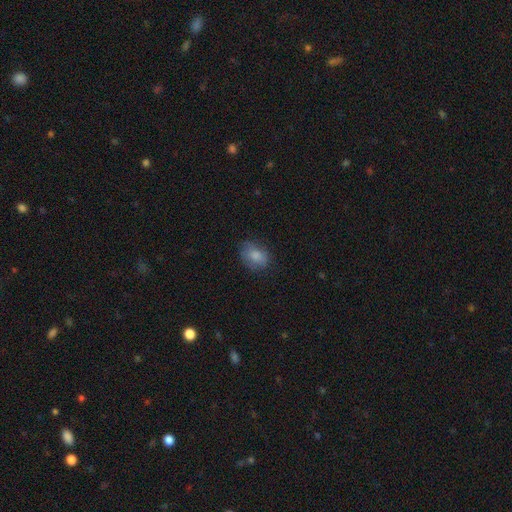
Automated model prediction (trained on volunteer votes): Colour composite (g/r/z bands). It shows a smooth galaxy with no disk features (81%) that is in between round and cigar-shaped (75%). Merging: none (68%).